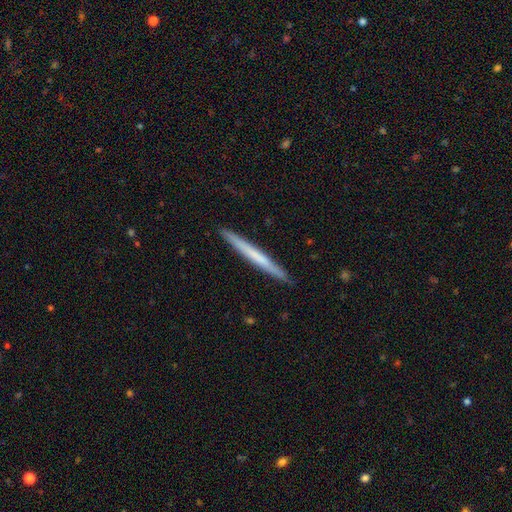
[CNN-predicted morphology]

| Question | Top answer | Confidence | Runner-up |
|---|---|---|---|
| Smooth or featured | smooth | 54% | featured or disk (41%) |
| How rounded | cigar-shaped | 97% | in between (2%) |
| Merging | none | 92% | minor disturbance (6%) |